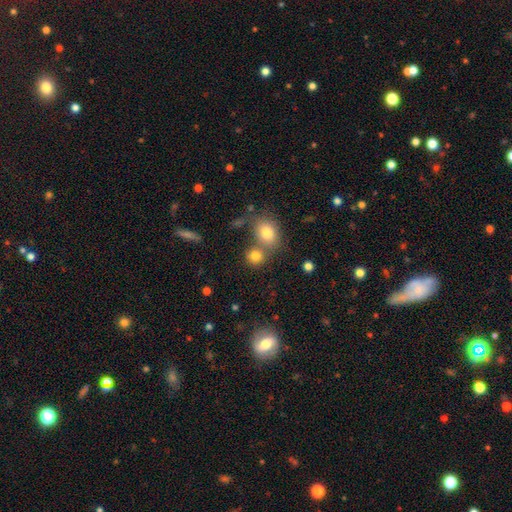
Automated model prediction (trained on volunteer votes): Smooth or featured: smooth — 79% (star or artifact — 12%)
How rounded: round — 76% (in between — 23%)
Merging: none — 51% (merger — 37%)